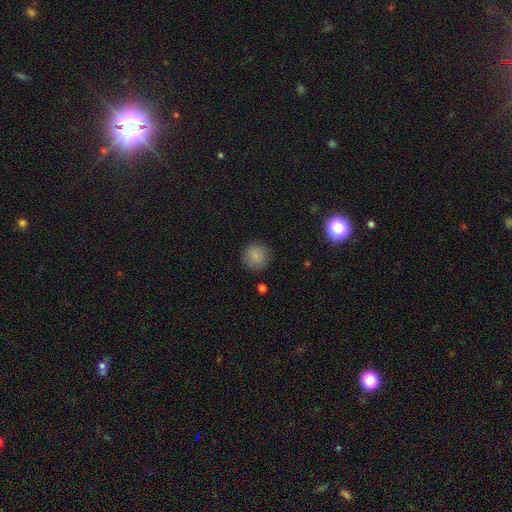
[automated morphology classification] Smooth or featured?
  - smooth: 86% *
  - star or artifact: 10%
  - featured or disk: 4%
How rounded?
  - round: 93% *
  - in between: 6%
  - cigar-shaped: 1%
Merging?
  - none: 89% *
  - minor disturbance: 8%
  - major disturbance: 2%
  - merger: 1%